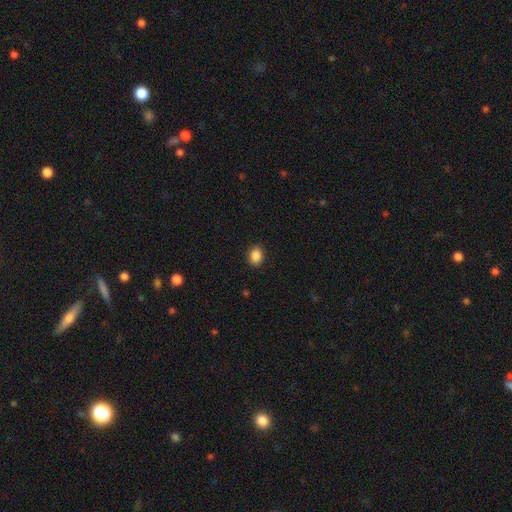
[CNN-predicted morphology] type=smooth (88%); roundness=in between (58%); merging=none (90%).